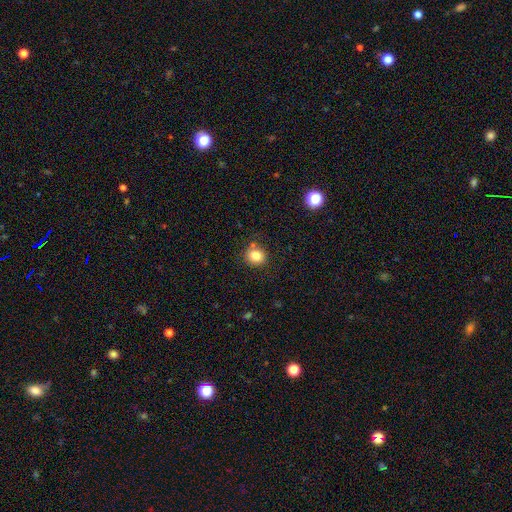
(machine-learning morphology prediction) Smooth or featured?
  - smooth: 81% *
  - star or artifact: 12%
  - featured or disk: 7%
How rounded?
  - round: 81% *
  - in between: 18%
  - cigar-shaped: 1%
Merging?
  - none: 81% *
  - minor disturbance: 11%
  - merger: 5%
  - major disturbance: 3%